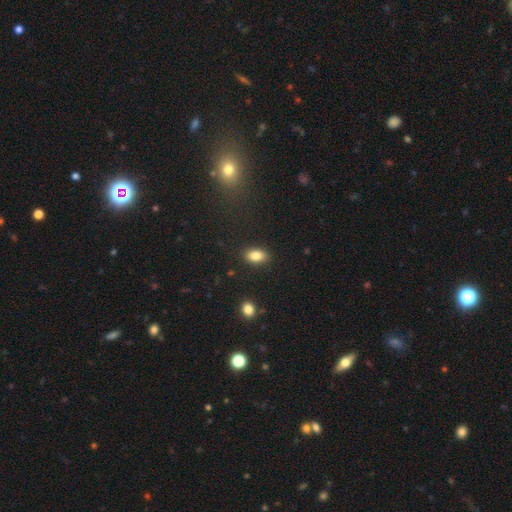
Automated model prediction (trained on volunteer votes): Q: Smooth or featured?
A: smooth (84%); runner-up: star or artifact (8%)
Q: How rounded?
A: in between (90%); runner-up: round (8%)
Q: Merging?
A: none (87%); runner-up: minor disturbance (9%)